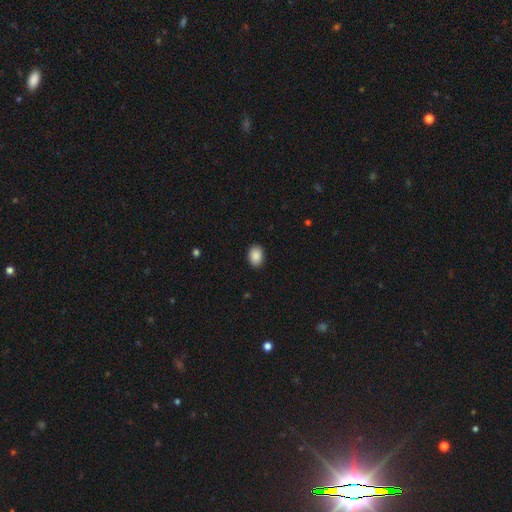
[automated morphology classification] The model was most divided on "how rounded": in between: 79%, round: 20%, cigar-shaped: 1%. More confident: merging — none (90%); smooth or featured — smooth (90%).